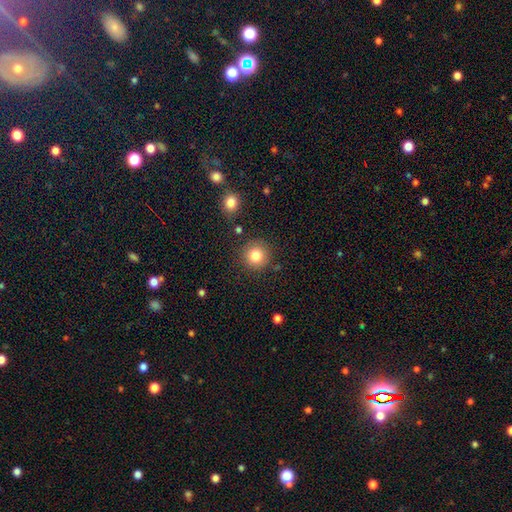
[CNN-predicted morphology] Smooth or featured? smooth (83%)
How rounded? round (94%)
Merging? none (87%)